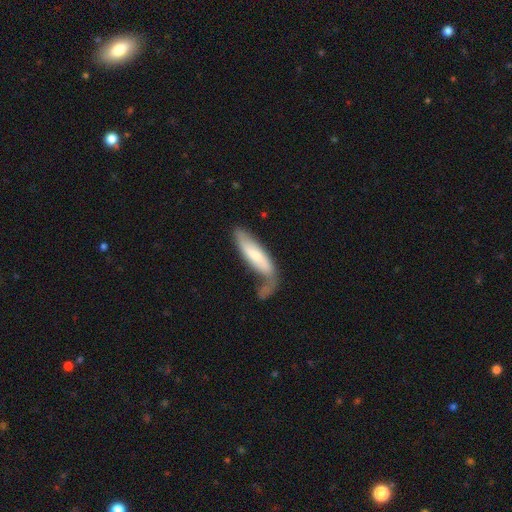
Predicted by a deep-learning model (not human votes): smooth_or_featured: smooth (p=0.55) [alt: featured or disk p=0.39]
how_rounded: cigar-shaped (p=0.58) [alt: in between p=0.41]
merging: none (p=0.30) [alt: minor disturbance p=0.25]